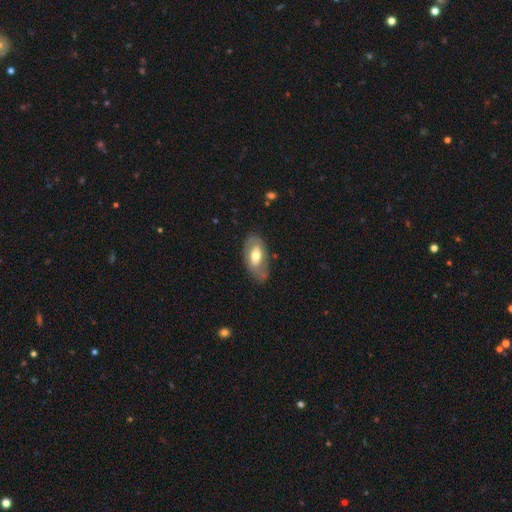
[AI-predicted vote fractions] The model was most divided on "smooth or featured": featured or disk: 48%, smooth: 46%, star or artifact: 6%. More confident: merging — none (68%).